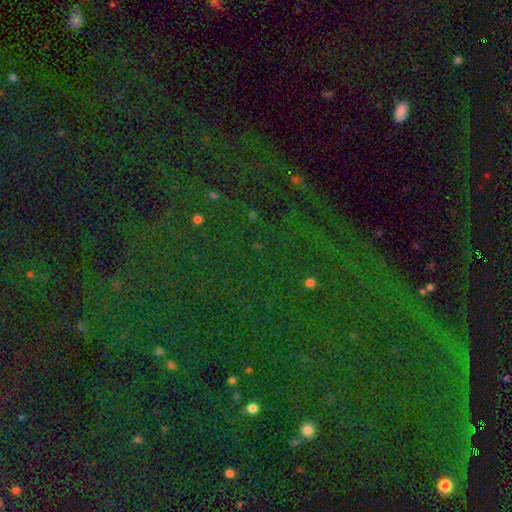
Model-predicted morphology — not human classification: This is likely a star or artifact rather than a galaxy (80%).